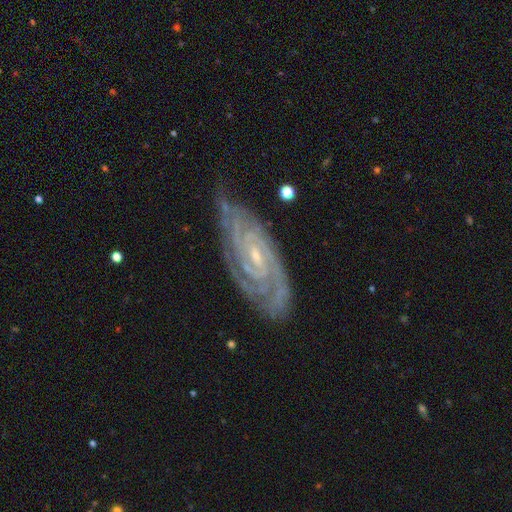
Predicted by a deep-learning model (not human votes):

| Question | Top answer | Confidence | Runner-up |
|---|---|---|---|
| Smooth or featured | featured or disk | 88% | star or artifact (6%) |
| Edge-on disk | no | 94% | yes (6%) |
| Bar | no | 48% | weak (40%) |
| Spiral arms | yes | 98% | no (2%) |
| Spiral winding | tight | 74% | medium (23%) |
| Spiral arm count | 2 | 33% | 3 (22%) |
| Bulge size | small | 78% | moderate (18%) |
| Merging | none | 72% | minor disturbance (21%) |